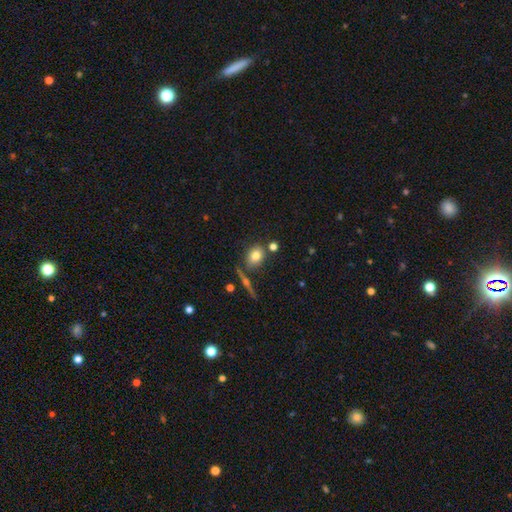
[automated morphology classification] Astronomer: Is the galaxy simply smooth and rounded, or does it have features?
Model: smooth — 75%.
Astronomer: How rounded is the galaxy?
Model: in between — 53% (runner-up: round, 45%).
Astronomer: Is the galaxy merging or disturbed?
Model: none — 69%.